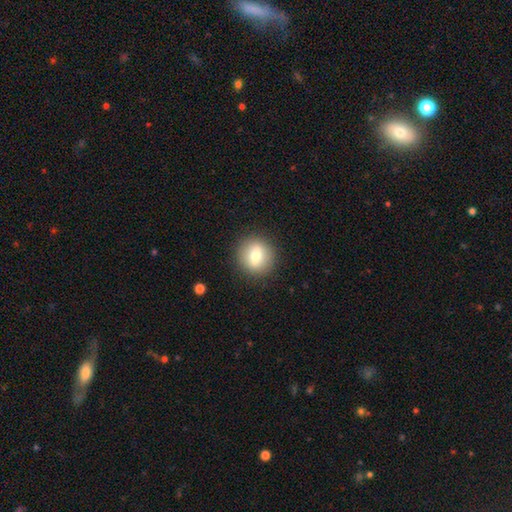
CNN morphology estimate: A smooth galaxy with no disk features (74%) that is round (86%). Merging: none (89%).